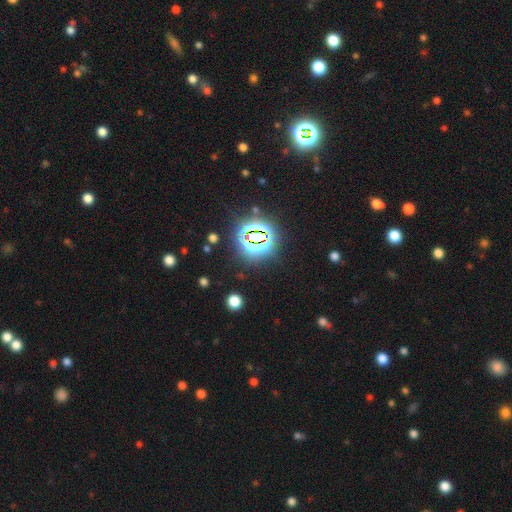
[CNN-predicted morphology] star or artifact 82%, smooth 12%, featured or disk 7%.